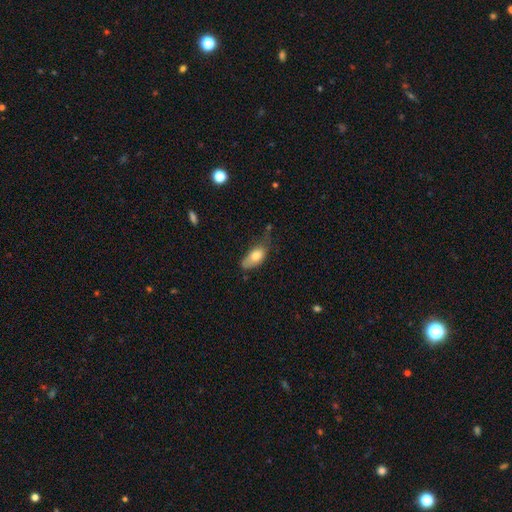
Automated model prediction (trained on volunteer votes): Smooth or featured? smooth (75%)
How rounded? in between (88%)
Merging? minor disturbance (40%)